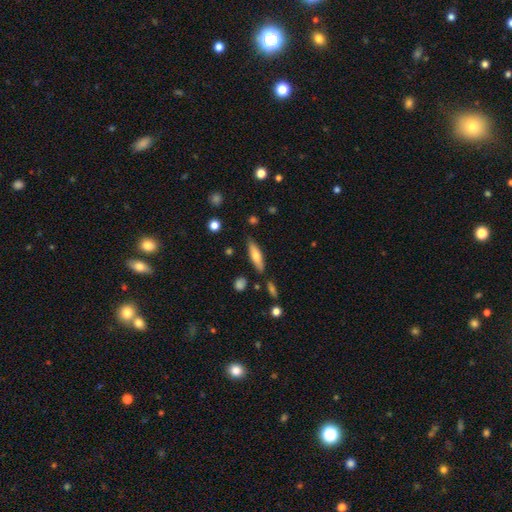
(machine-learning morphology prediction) Smooth or featured?
  - smooth: 61% *
  - featured or disk: 33%
  - star or artifact: 7%
How rounded?
  - cigar-shaped: 66% *
  - in between: 32%
  - round: 2%
Merging?
  - none: 82% *
  - minor disturbance: 12%
  - merger: 4%
  - major disturbance: 3%